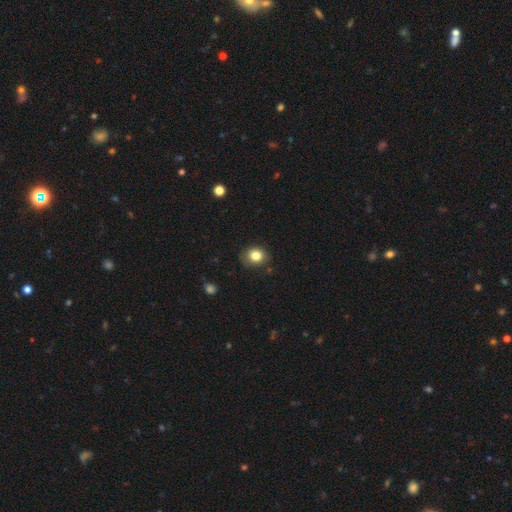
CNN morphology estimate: A smooth galaxy with no disk features (82%) that is round (69%). Merging: none (80%).